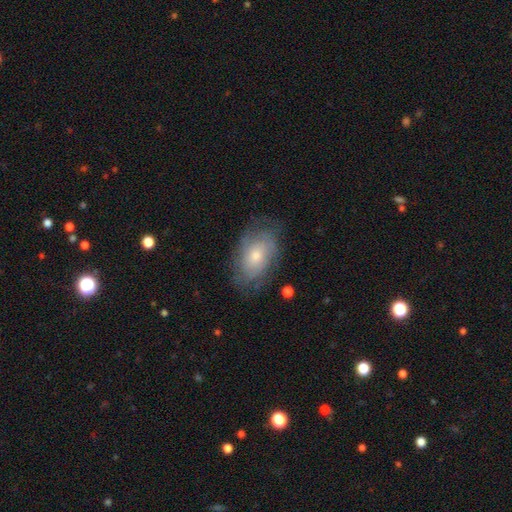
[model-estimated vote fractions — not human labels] Smooth or featured? Predicted: featured or disk (p=0.54). Edge-on disk? Predicted: no (p=0.94). Bar? Predicted: no (p=0.80). Spiral arms? Predicted: yes (p=0.74). Bulge size? Predicted: moderate (p=0.50). Merging? Predicted: none (p=0.72).